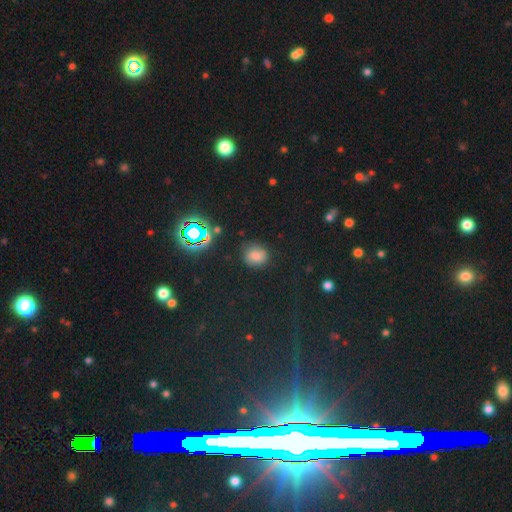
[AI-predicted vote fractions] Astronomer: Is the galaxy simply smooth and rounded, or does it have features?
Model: smooth — 64%.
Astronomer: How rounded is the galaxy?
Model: round — 76%.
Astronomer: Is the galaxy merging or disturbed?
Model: none — 81%.